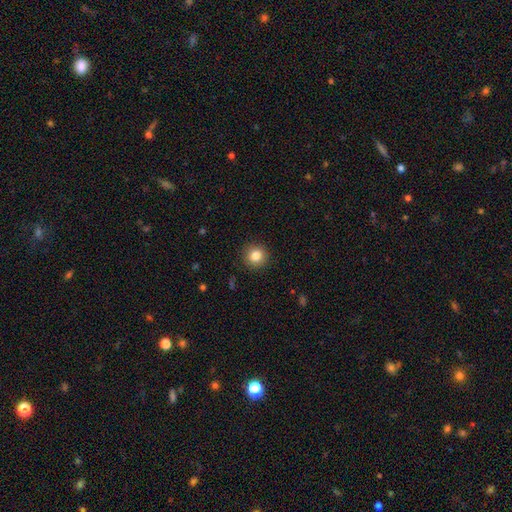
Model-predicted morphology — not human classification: smooth 83%, star or artifact 10%, featured or disk 6%. Down the decision tree: how rounded — round (93%); merging — none (91%).